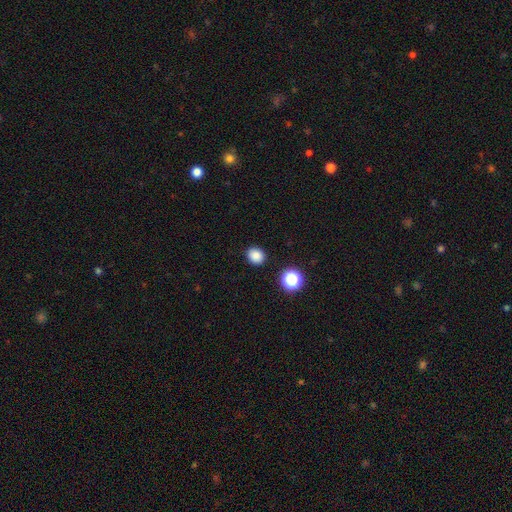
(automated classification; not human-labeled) Morphology: type=smooth (84%); roundness=round (67%); merging=none (89%).